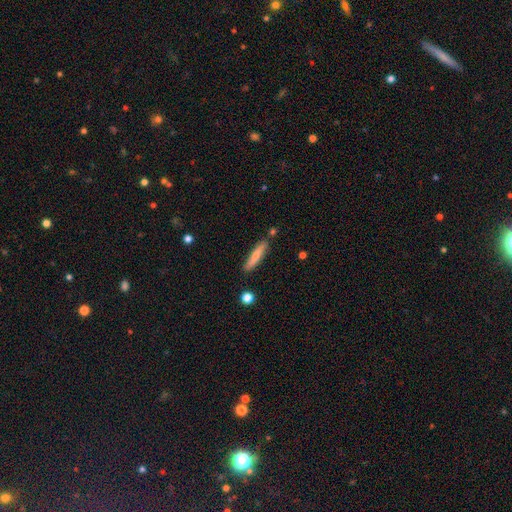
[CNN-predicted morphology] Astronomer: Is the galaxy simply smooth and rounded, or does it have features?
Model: smooth — 73%.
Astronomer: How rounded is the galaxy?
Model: cigar-shaped — 88%.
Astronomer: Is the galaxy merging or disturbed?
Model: none — 84%.